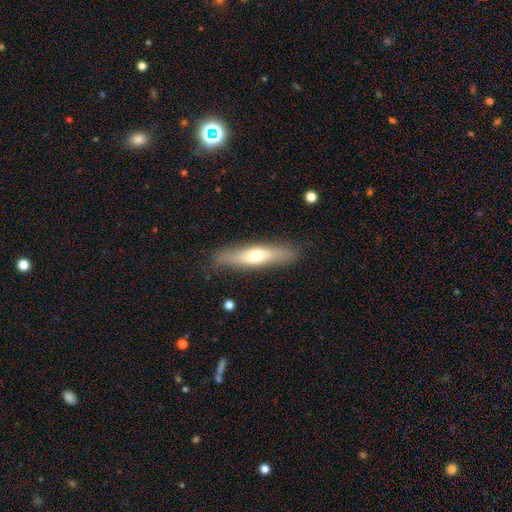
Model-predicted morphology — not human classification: smooth_or_featured: smooth (p=0.55) [alt: featured or disk p=0.39]
how_rounded: cigar-shaped (p=0.80) [alt: in between p=0.18]
merging: none (p=0.85) [alt: minor disturbance p=0.11]